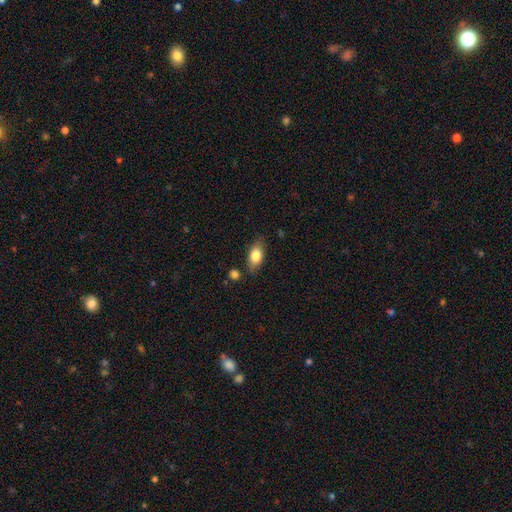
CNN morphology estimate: A smooth galaxy with no disk features (81%) that is in between round and cigar-shaped (86%).

Vote fractions:
- Smooth or featured? smooth: 81% / featured or disk: 12% / star or artifact: 7%
- How rounded? in between: 86% / cigar-shaped: 7% / round: 7%
- Merging? none: 77% / minor disturbance: 16% / merger: 4% / major disturbance: 3%